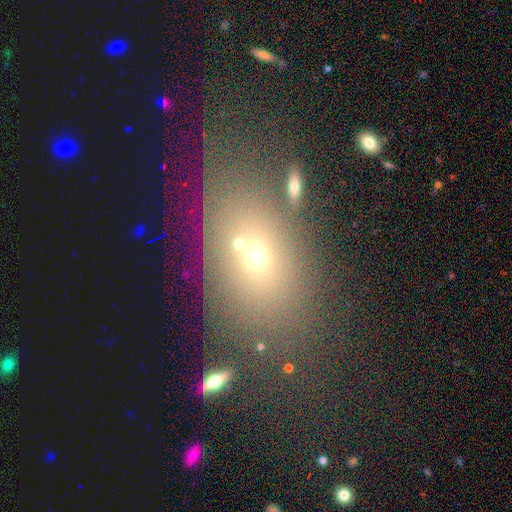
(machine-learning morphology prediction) type=smooth (56%); roundness=in between (71%); merging=none (54%).